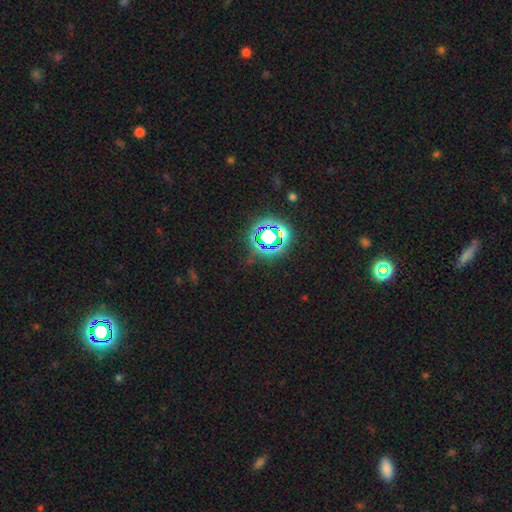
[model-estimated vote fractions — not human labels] Overall: star or artifact (76%).